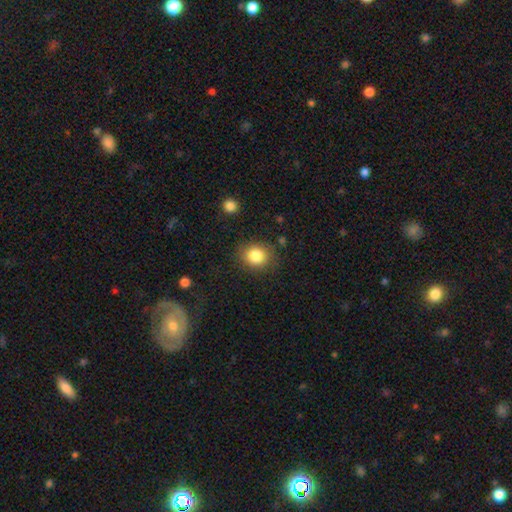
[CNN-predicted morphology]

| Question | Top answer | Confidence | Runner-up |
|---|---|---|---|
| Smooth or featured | smooth | 84% | star or artifact (9%) |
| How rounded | round | 73% | in between (26%) |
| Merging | none | 82% | minor disturbance (12%) |